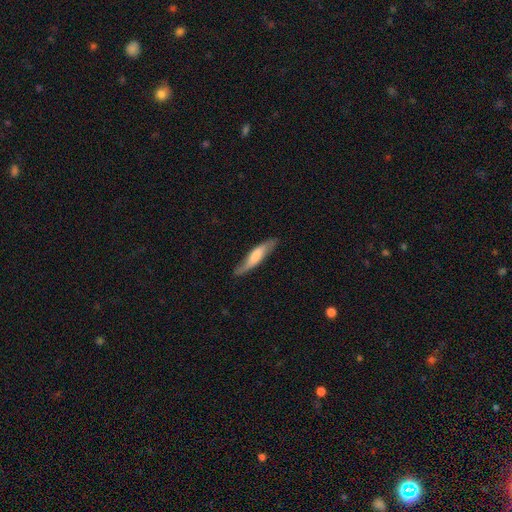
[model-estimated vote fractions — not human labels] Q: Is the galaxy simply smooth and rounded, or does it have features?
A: smooth — 58%.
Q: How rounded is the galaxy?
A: cigar-shaped — 80%.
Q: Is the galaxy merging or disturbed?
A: none — 74%.